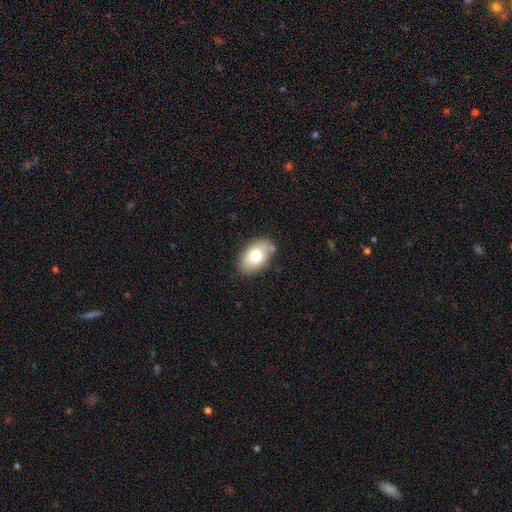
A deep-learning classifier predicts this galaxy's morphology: smooth_or_featured: smooth (p=0.74) [alt: featured or disk p=0.18]
how_rounded: in between (p=0.89) [alt: round p=0.09]
merging: none (p=0.76) [alt: minor disturbance p=0.16]